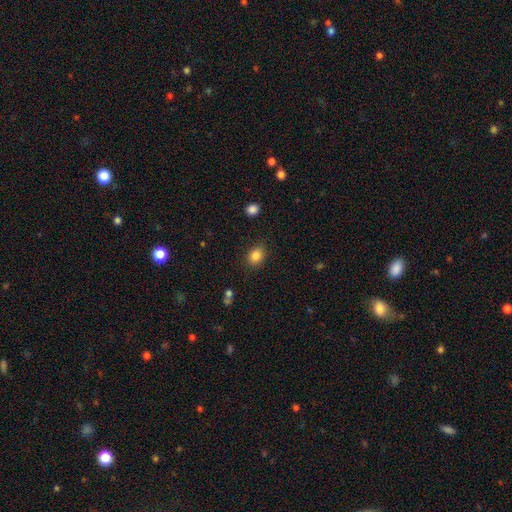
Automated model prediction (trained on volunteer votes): Overall: smooth (85%). How rounded: in between (61%; round 38%). Merging: none (84%).